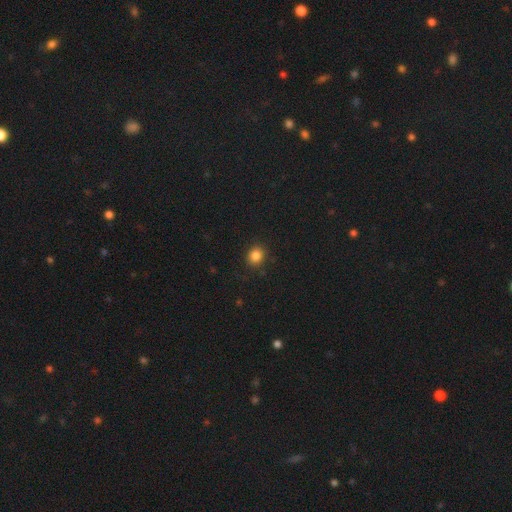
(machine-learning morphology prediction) A smooth galaxy with no disk features (84%) that is round (78%). Merging: none (89%).